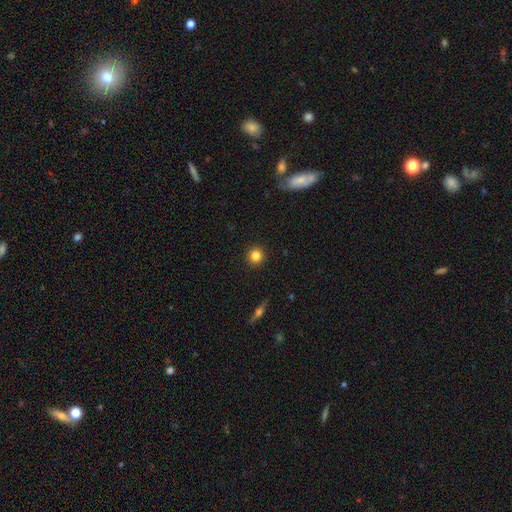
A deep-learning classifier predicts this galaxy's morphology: Q: Smooth or featured?
A: smooth (83%); runner-up: star or artifact (11%)
Q: How rounded?
A: round (94%); runner-up: in between (5%)
Q: Merging?
A: none (92%); runner-up: minor disturbance (5%)